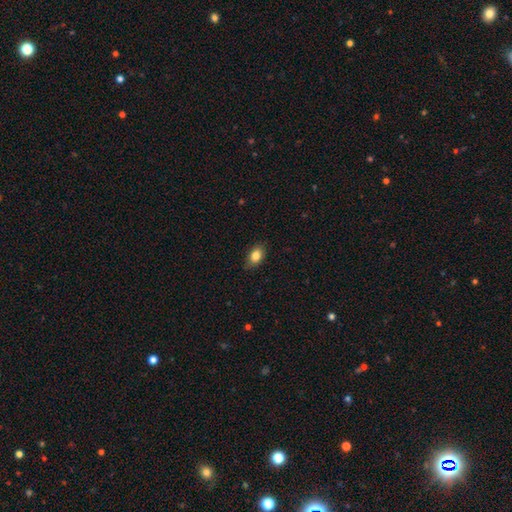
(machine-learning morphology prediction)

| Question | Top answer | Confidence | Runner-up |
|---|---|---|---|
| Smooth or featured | smooth | 84% | star or artifact (8%) |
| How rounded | in between | 82% | round (17%) |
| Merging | none | 79% | minor disturbance (17%) |